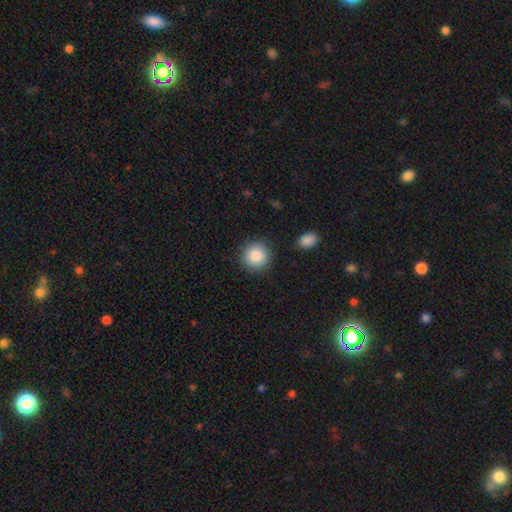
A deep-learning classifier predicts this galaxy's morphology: Q: Smooth or featured?
A: smooth (87%); runner-up: star or artifact (8%)
Q: How rounded?
A: round (93%); runner-up: in between (6%)
Q: Merging?
A: none (88%); runner-up: minor disturbance (7%)